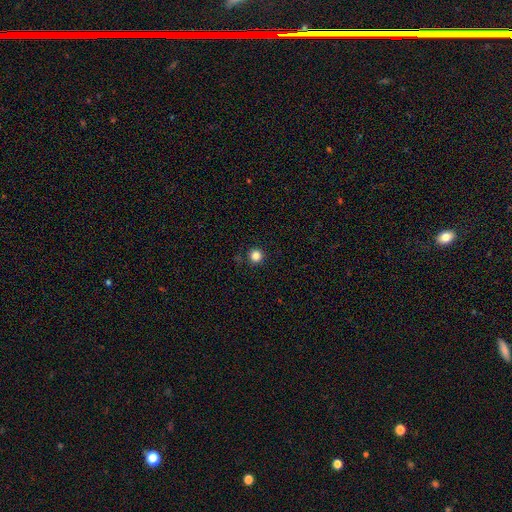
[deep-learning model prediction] Smooth or featured: smooth — 85% (star or artifact — 12%)
How rounded: round — 96% (in between — 3%)
Merging: none — 91% (minor disturbance — 5%)